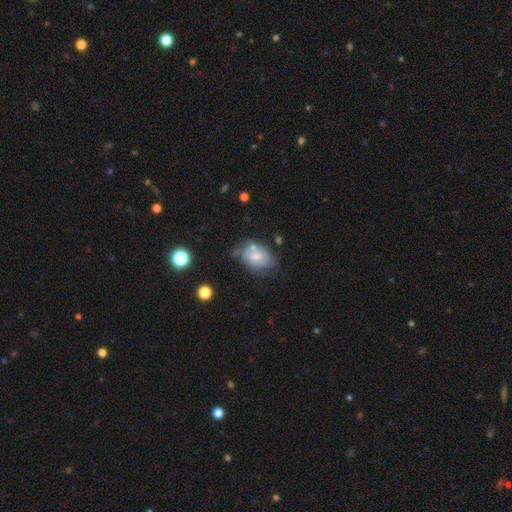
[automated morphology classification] Q: Smooth or featured?
A: smooth (55%); runner-up: featured or disk (36%)
Q: How rounded?
A: in between (86%); runner-up: round (13%)
Q: Merging?
A: none (42%); runner-up: minor disturbance (32%)